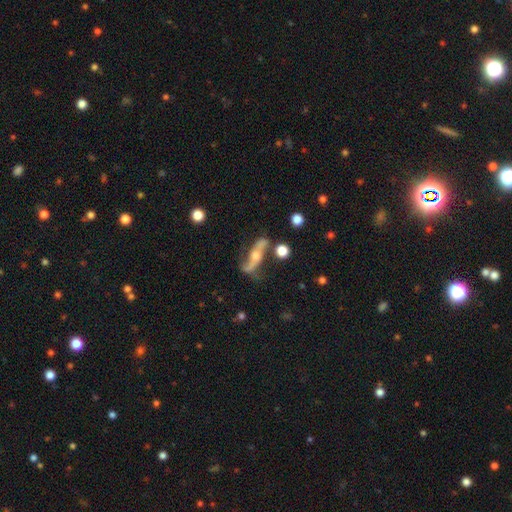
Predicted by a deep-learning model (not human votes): smooth_or_featured: featured or disk (p=0.76) [alt: smooth p=0.17]
disk_edge_on: no (p=0.69) [alt: yes p=0.31]
bar: no (p=0.52) [alt: weak p=0.25]
has_spiral_arms: yes (p=0.89) [alt: no p=0.11]
bulge_size: moderate (p=0.53) [alt: small p=0.31]
merging: none (p=0.59) [alt: minor disturbance p=0.20]